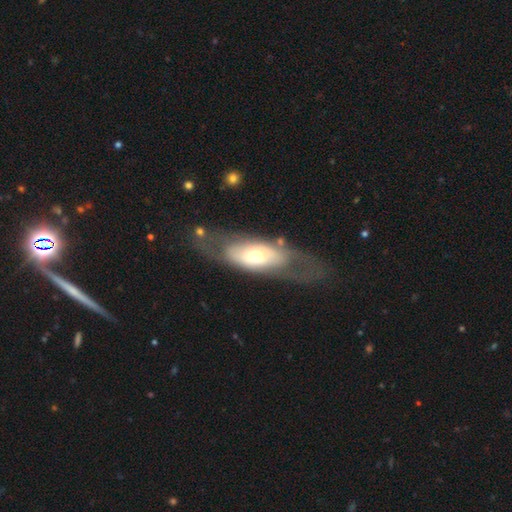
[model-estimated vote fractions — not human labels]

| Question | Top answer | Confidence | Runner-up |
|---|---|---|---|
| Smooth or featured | featured or disk | 55% | smooth (39%) |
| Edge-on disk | no | 77% | yes (23%) |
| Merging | none | 63% | minor disturbance (18%) |